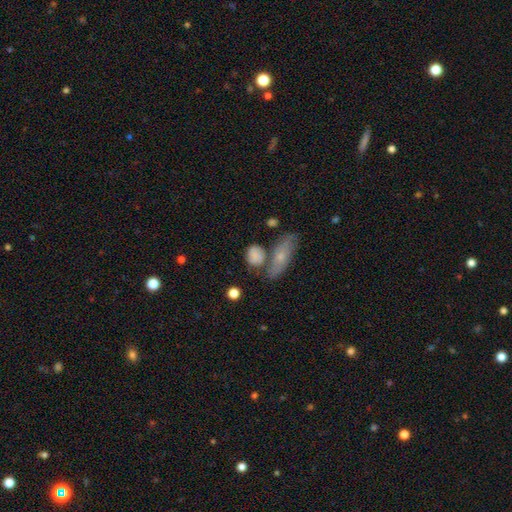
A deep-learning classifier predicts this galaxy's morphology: This is likely a smooth galaxy (78%). How rounded: possibly round (50%). Merging: possibly none (52%).